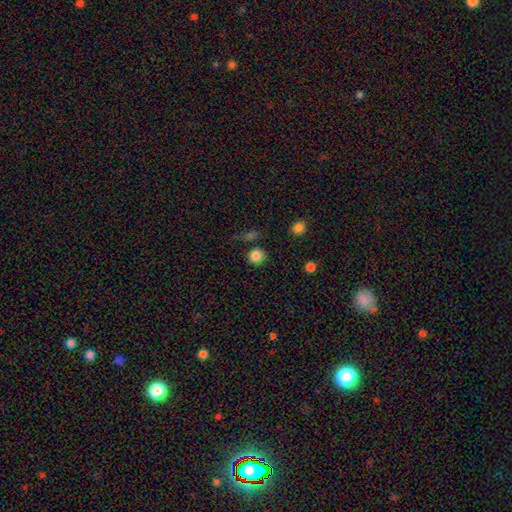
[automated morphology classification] smooth-or-featured: smooth: 85% | star or artifact: 11% | featured or disk: 4%
  how-rounded: round: 90% | in between: 9% | cigar-shaped: 1%
  merging: none: 84% | minor disturbance: 9% | merger: 4% | major disturbance: 3%